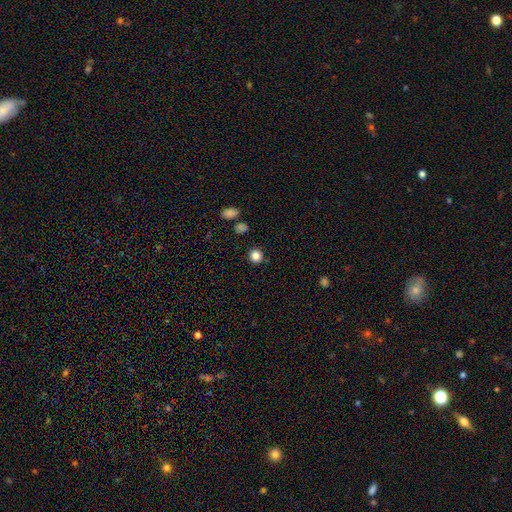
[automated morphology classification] smooth_or_featured: smooth (p=0.84) [alt: star or artifact p=0.12]
how_rounded: round (p=0.92) [alt: in between p=0.07]
merging: none (p=0.90) [alt: minor disturbance p=0.06]